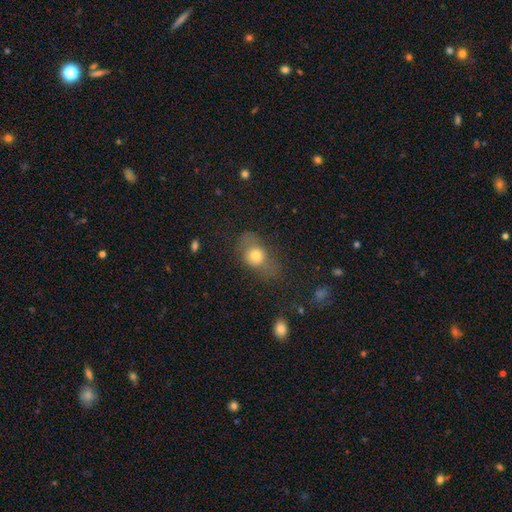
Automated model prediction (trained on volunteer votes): This appears to be a smooth galaxy with no disk features (71%) that is in between round and cigar-shaped (56%). Merging: none (47%).